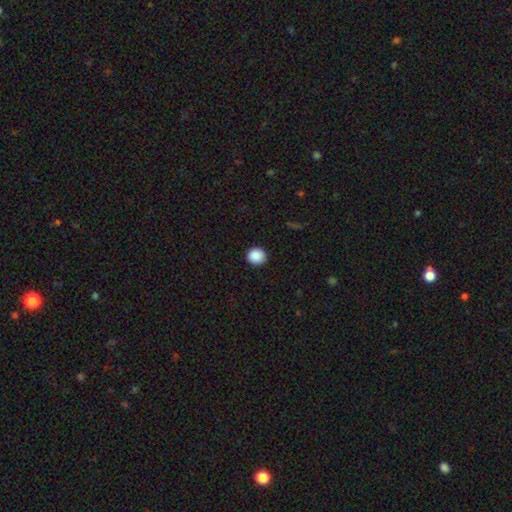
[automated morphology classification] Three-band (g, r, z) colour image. It shows a smooth galaxy with no disk features (89%) that is round (91%). Merging: none (91%).